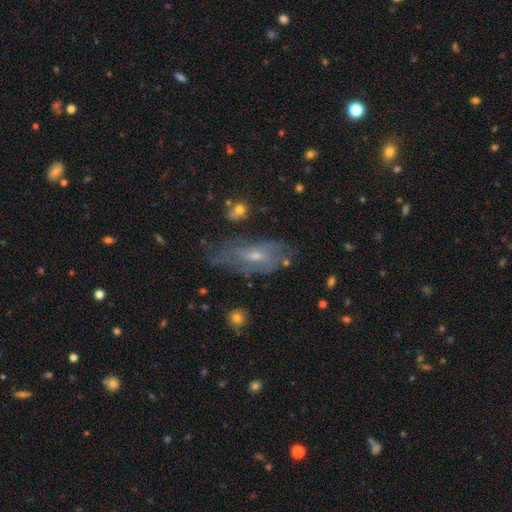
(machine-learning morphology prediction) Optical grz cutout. It shows a featured or disk galaxy (66%) with no bar (49%), spiral arms (67%) and a small central bulge (57%). Merging: none (53%).